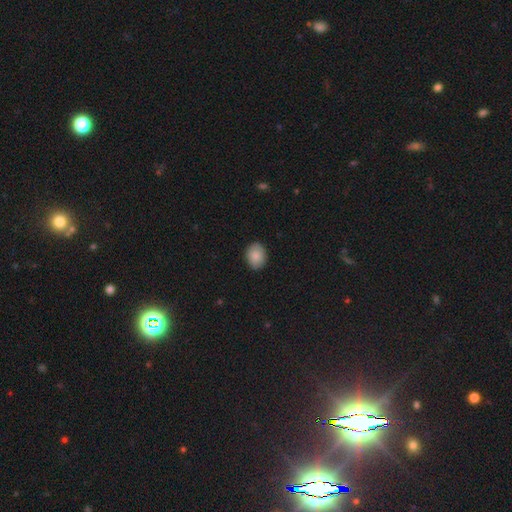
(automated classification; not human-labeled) Smooth or featured? smooth (87%)
How rounded? in between (55%)
Merging? none (89%)